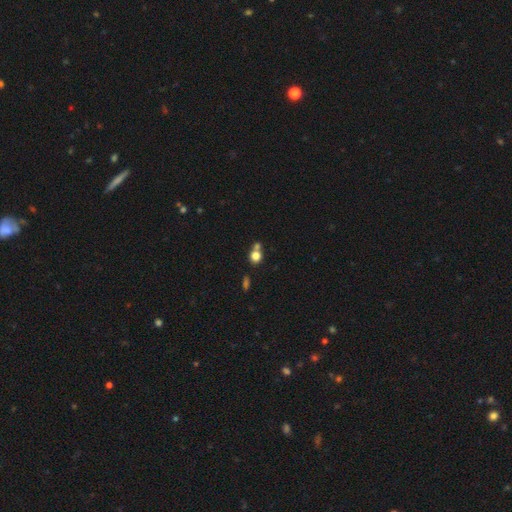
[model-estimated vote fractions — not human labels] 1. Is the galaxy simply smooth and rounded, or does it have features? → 79% smooth, 12% star or artifact, 9% featured or disk.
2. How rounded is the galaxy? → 77% round, 22% in between, 1% cigar-shaped.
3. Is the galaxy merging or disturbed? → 53% none, 34% merger, 9% minor disturbance, 4% major disturbance.